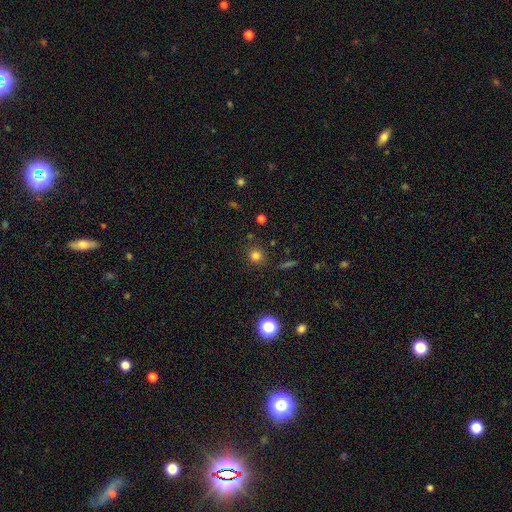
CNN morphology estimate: The model was most divided on "smooth or featured": smooth: 77%, star or artifact: 16%, featured or disk: 6%. More confident: how rounded — round (91%); merging — none (86%).